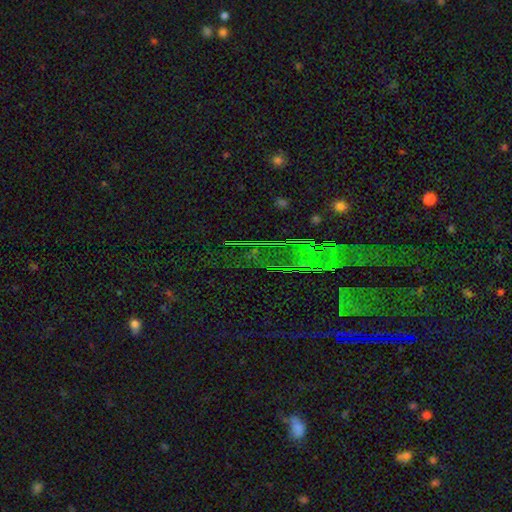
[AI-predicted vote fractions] smooth_or_featured: star or artifact (p=0.81) [alt: smooth p=0.10]